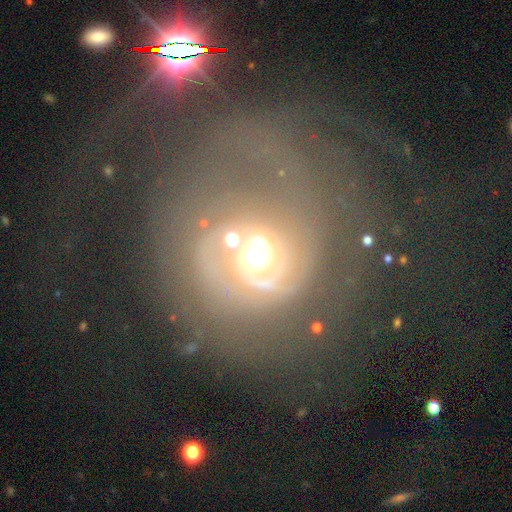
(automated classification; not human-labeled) The model was most divided on "spiral arm count": can't tell: 30%, 2: 28%, 1: 24%, 3: 8%, 4: 5%, more than 4: 5%. Remaining: edge-on disk — no (97%); spiral arms — yes (77%); smooth or featured — featured or disk (75%); bar — no (74%); bulge size — moderate (63%); spiral winding — tight (51%); merging — none (41%).